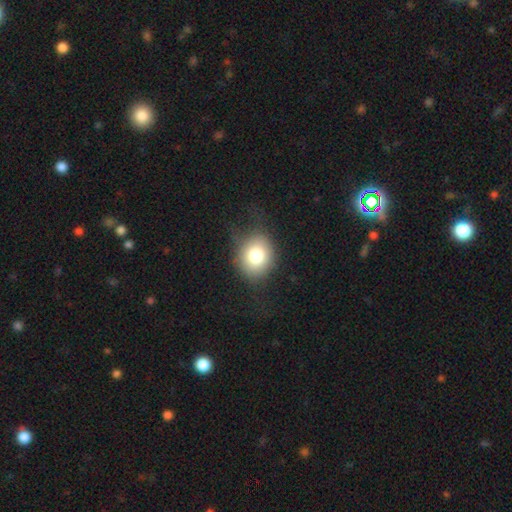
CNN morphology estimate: A smooth galaxy with no disk features (78%) that is round (63%). Merging: none (69%).